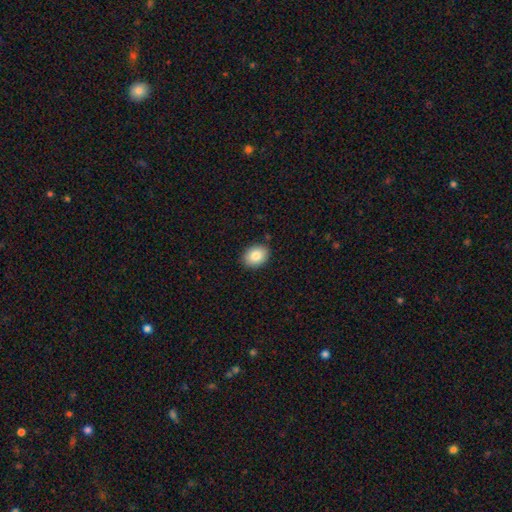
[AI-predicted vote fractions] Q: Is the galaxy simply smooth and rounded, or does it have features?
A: smooth — 85%.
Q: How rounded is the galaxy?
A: in between — 69%.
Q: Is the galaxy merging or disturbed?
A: none — 88%.